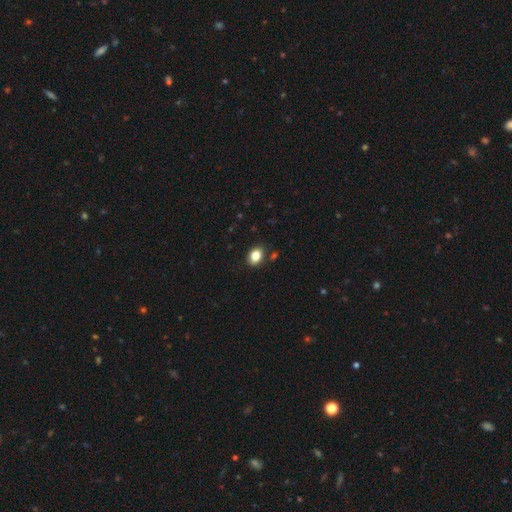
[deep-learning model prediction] Smooth or featured?
  - smooth: 84% *
  - star or artifact: 10%
  - featured or disk: 7%
How rounded?
  - in between: 69% *
  - round: 30%
  - cigar-shaped: 1%
Merging?
  - none: 85% *
  - minor disturbance: 10%
  - merger: 3%
  - major disturbance: 2%